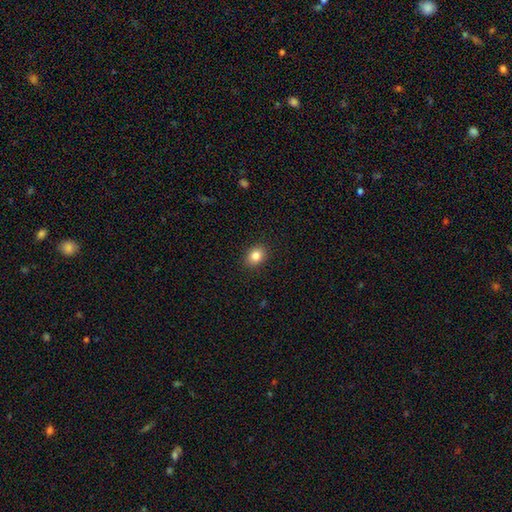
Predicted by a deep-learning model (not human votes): Smooth or featured: smooth — 84% (star or artifact — 10%)
How rounded: in between — 61% (round — 38%)
Merging: none — 90% (minor disturbance — 7%)